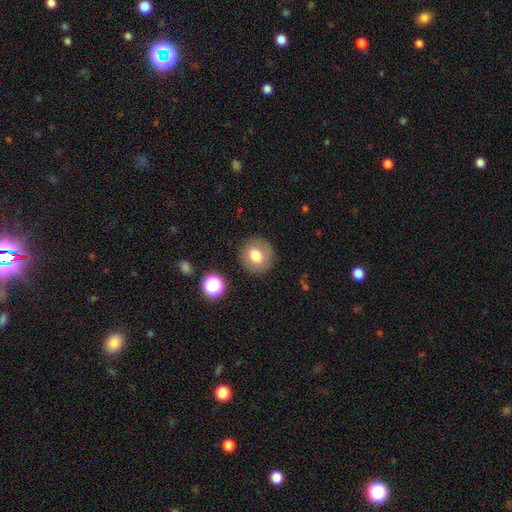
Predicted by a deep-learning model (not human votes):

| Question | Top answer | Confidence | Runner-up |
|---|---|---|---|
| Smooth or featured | smooth | 76% | featured or disk (13%) |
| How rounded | round | 86% | in between (13%) |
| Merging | none | 86% | minor disturbance (9%) |